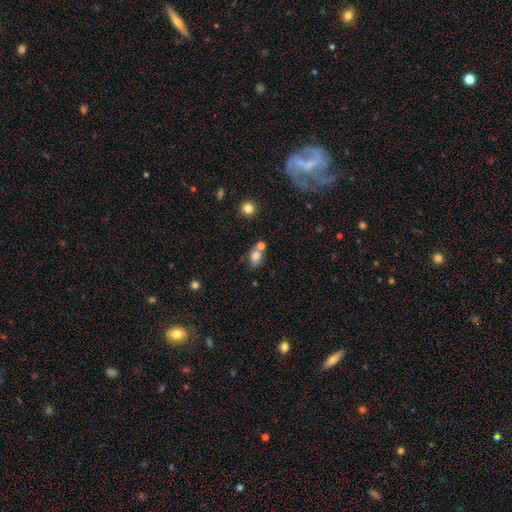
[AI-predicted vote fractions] Smooth or featured?
  - smooth: 77% *
  - featured or disk: 12%
  - star or artifact: 11%
How rounded?
  - in between: 65% *
  - round: 33%
  - cigar-shaped: 2%
Merging?
  - none: 53% *
  - merger: 29%
  - minor disturbance: 13%
  - major disturbance: 4%